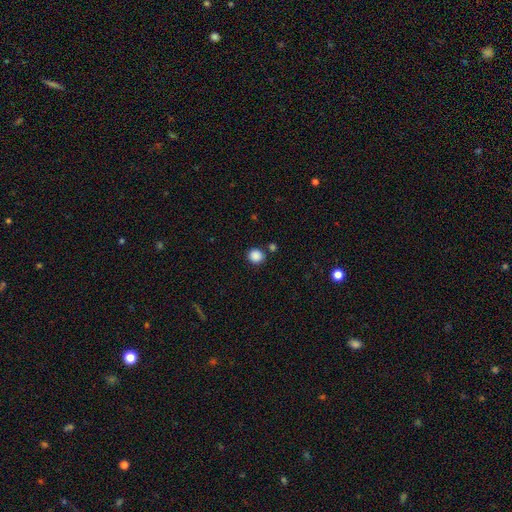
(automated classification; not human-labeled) smooth_or_featured: smooth (p=0.87) [alt: star or artifact p=0.10]
how_rounded: round (p=0.85) [alt: in between p=0.14]
merging: none (p=0.82) [alt: minor disturbance p=0.09]